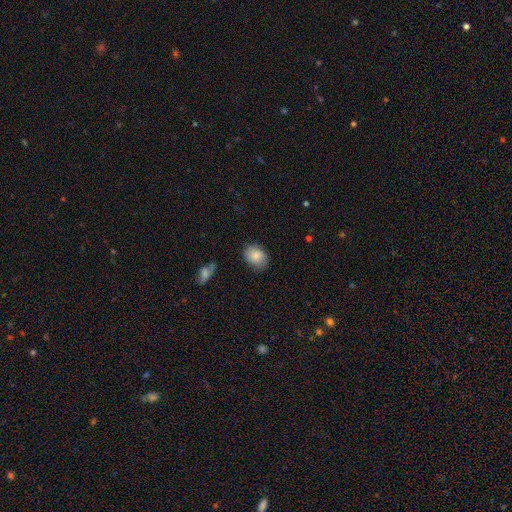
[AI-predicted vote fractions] Smooth or featured? smooth (82%)
How rounded? in between (59%)
Merging? none (77%)